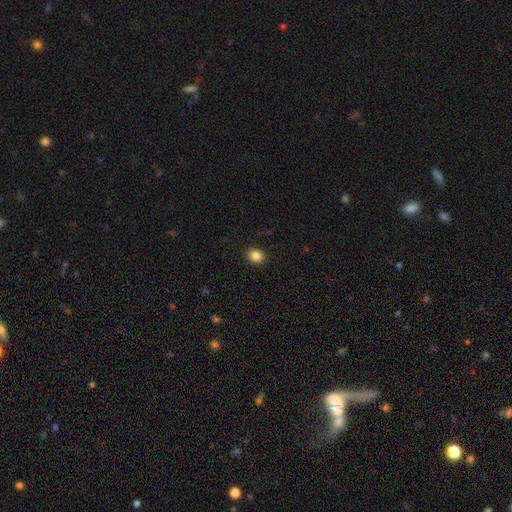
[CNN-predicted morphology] The model was most divided on "how rounded": round: 63%, in between: 36%, cigar-shaped: 1%. More confident: merging — none (91%); smooth or featured — smooth (85%).